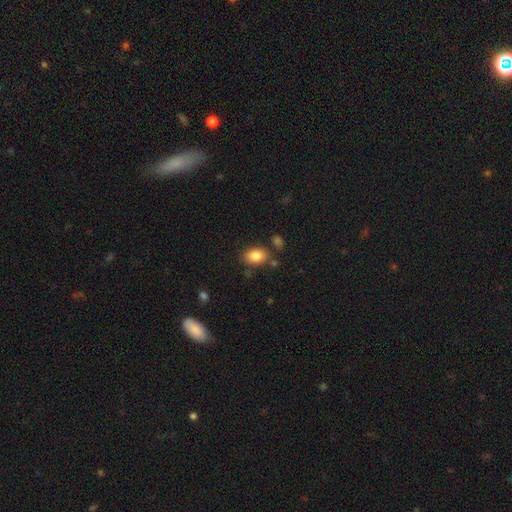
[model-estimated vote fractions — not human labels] The model was most divided on "merging": none: 78%, minor disturbance: 13%, merger: 6%, major disturbance: 4%. More confident: smooth or featured — smooth (84%); how rounded — in between (83%).